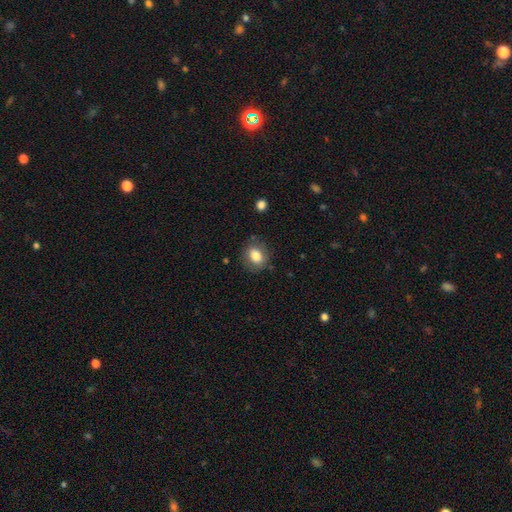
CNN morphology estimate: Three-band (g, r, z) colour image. It shows a smooth galaxy with no disk features (80%) that is in between round and cigar-shaped (52%). Merging: none (79%).